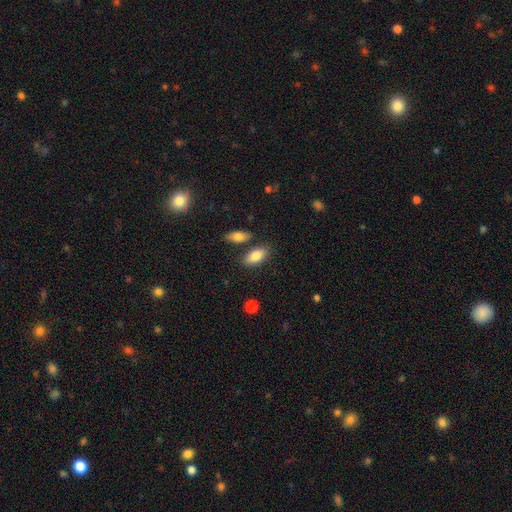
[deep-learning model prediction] Smooth or featured? smooth (83%)
How rounded? in between (89%)
Merging? none (75%)